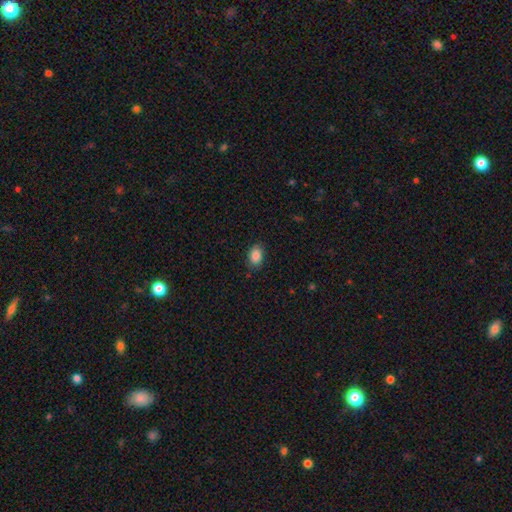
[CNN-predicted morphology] Smooth or featured: smooth — 87% (star or artifact — 8%)
How rounded: in between — 82% (round — 17%)
Merging: none — 86% (minor disturbance — 11%)